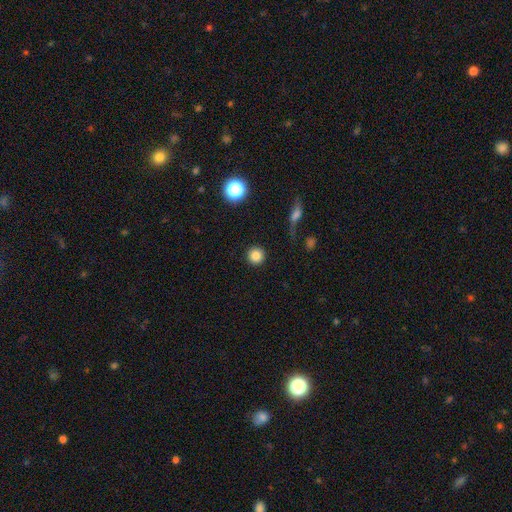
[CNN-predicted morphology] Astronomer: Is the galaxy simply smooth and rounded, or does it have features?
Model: smooth — 84%.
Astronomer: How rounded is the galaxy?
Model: round — 95%.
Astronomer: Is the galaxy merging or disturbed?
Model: none — 91%.